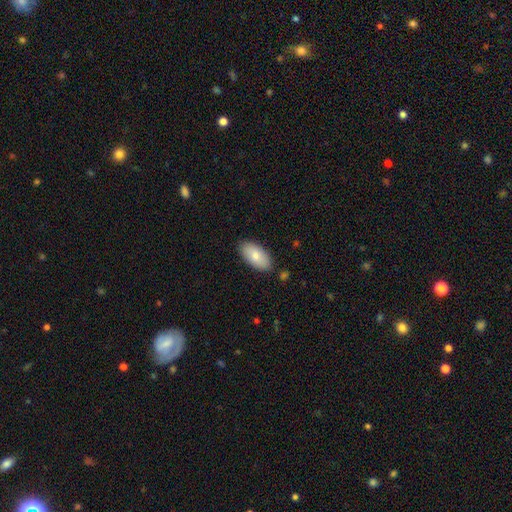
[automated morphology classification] This appears to be a smooth galaxy with no disk features (81%) that is in between round and cigar-shaped (94%). Merging: none (85%).